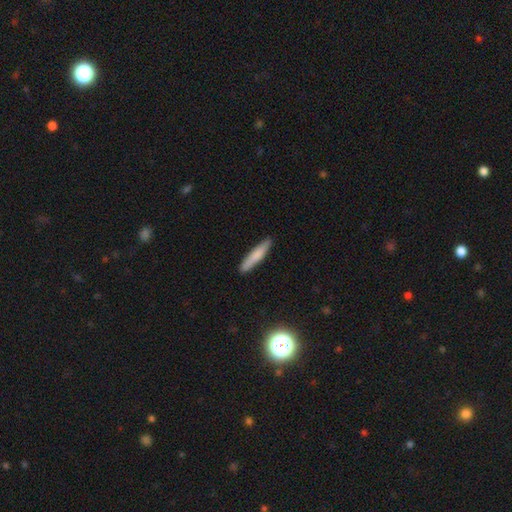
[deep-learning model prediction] Smooth or featured? smooth (75%)
How rounded? cigar-shaped (91%)
Merging? none (89%)